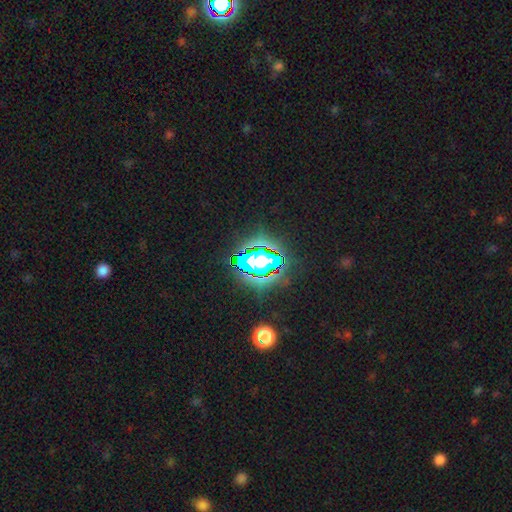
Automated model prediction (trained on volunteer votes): A star or artifact, not a galaxy (63%).

Vote fractions:
- Smooth or featured? star or artifact: 63% / smooth: 20% / featured or disk: 17%